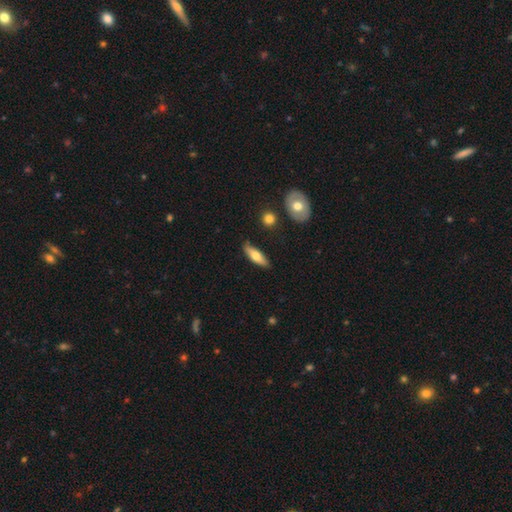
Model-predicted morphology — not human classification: A smooth galaxy with no disk features (65%) that is cigar-shaped (49%).

Vote fractions:
- Smooth or featured? smooth: 65% / featured or disk: 29% / star or artifact: 6%
- How rounded? cigar-shaped: 49% / in between: 48% / round: 2%
- Merging? none: 81% / minor disturbance: 14% / major disturbance: 3% / merger: 3%